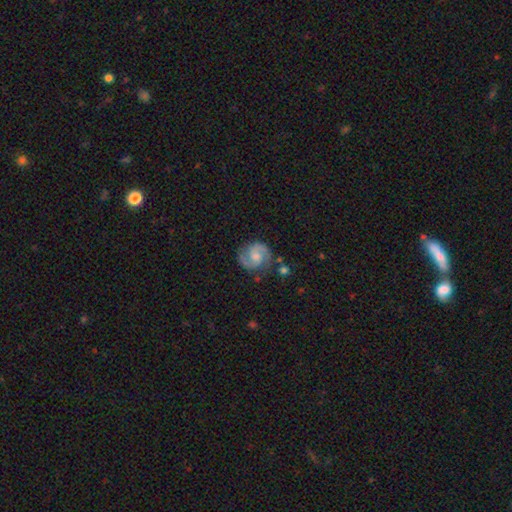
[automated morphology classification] Overall: featured or disk (85%). Edge-on disk: no (98%). Bar: no (48%; weak 44%). Spiral arms: yes (97%). Spiral arm count: 2 (93%). Spiral winding: medium (57%; tight 28%). Bulge size: moderate (43%; small 36%). Merging: none (79%).